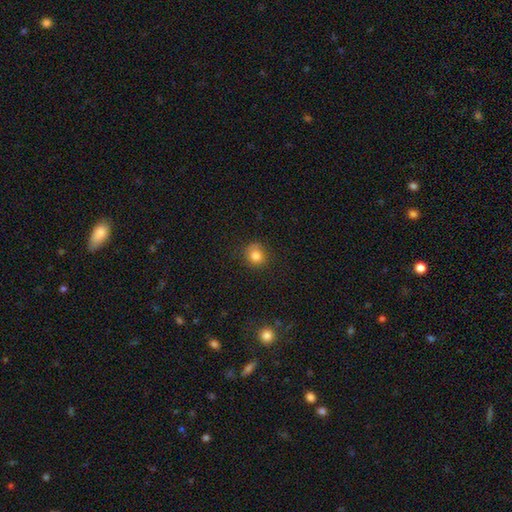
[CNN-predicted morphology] Smooth or featured?
  - smooth: 82% *
  - star or artifact: 11%
  - featured or disk: 6%
How rounded?
  - round: 84% *
  - in between: 15%
  - cigar-shaped: 1%
Merging?
  - none: 75% *
  - minor disturbance: 18%
  - major disturbance: 5%
  - merger: 2%